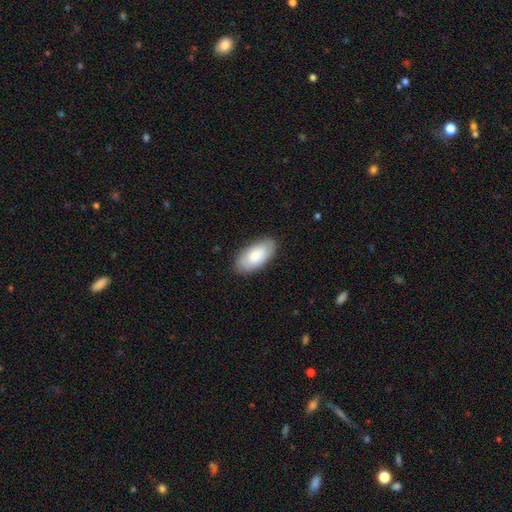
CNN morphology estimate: smooth_or_featured: smooth (p=0.80) [alt: featured or disk p=0.14]
how_rounded: in between (p=0.94) [alt: cigar-shaped p=0.04]
merging: none (p=0.86) [alt: minor disturbance p=0.11]